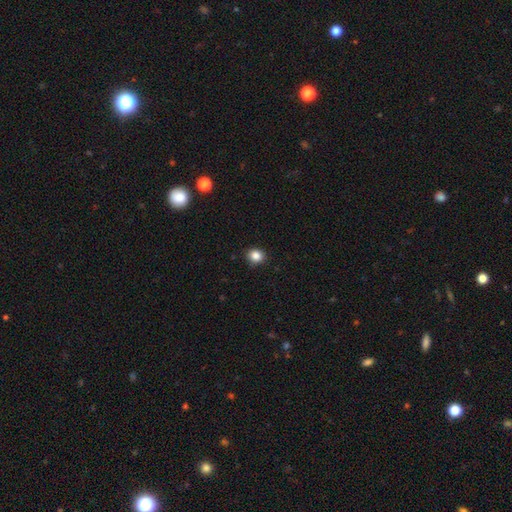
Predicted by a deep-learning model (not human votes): Smooth or featured?
  - smooth: 85% *
  - star or artifact: 11%
  - featured or disk: 4%
How rounded?
  - round: 76% *
  - in between: 23%
  - cigar-shaped: 1%
Merging?
  - none: 89% *
  - minor disturbance: 8%
  - major disturbance: 2%
  - merger: 1%